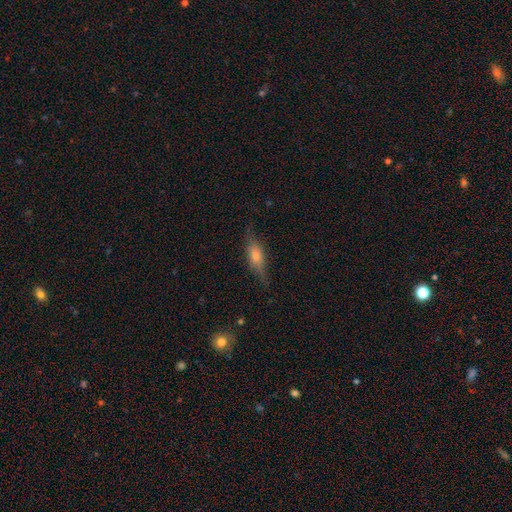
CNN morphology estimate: Q: Smooth or featured?
A: featured or disk (47%); runner-up: smooth (45%)
Q: Merging?
A: none (77%); runner-up: minor disturbance (17%)